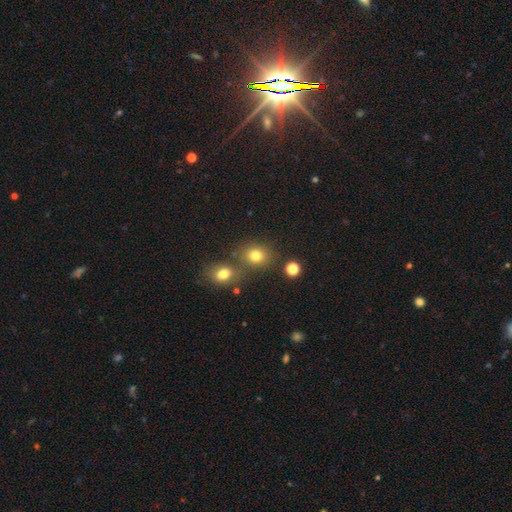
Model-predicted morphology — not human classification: A smooth galaxy with no disk features (78%) that is round (67%). Merging: none (64%).